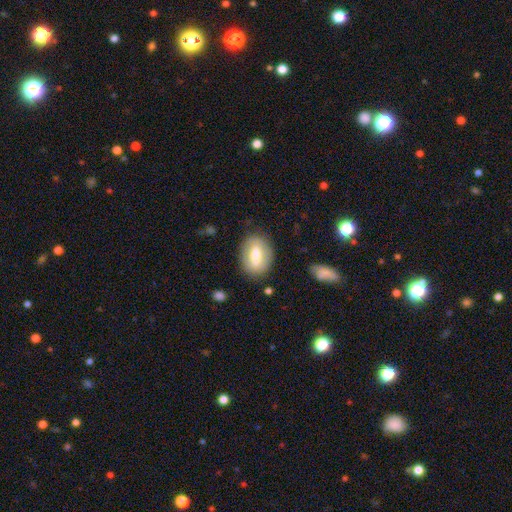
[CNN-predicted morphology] Smooth or featured: smooth — 60% (featured or disk — 33%)
How rounded: in between — 80% (round — 17%)
Merging: none — 82% (minor disturbance — 12%)